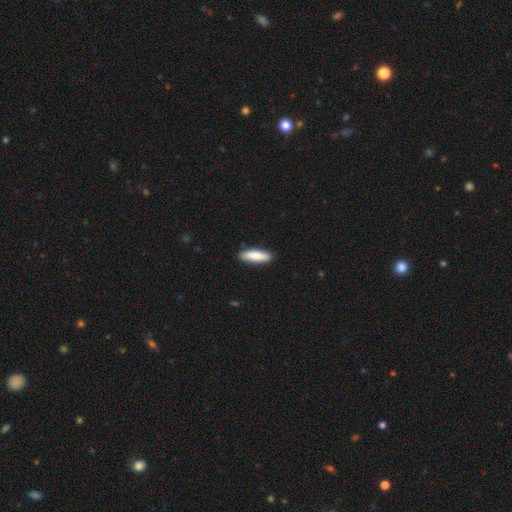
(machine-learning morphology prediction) The model was most divided on "how rounded": cigar-shaped: 57%, in between: 41%, round: 2%. More confident: merging — none (89%); smooth or featured — smooth (79%).